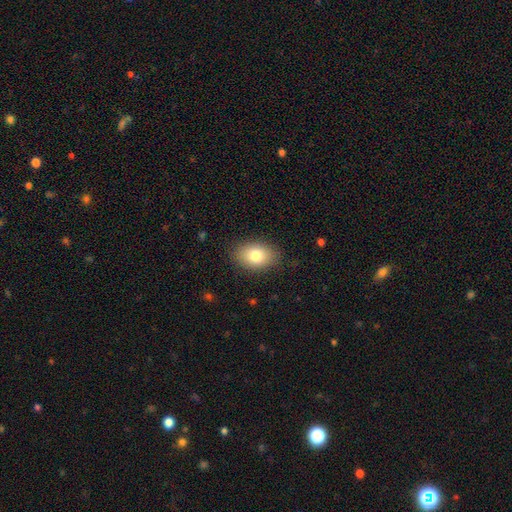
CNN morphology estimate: A smooth galaxy with no disk features (81%) that is in between round and cigar-shaped (84%).

Vote fractions:
- Smooth or featured? smooth: 81% / featured or disk: 11% / star or artifact: 8%
- How rounded? in between: 84% / round: 15% / cigar-shaped: 1%
- Merging? none: 86% / minor disturbance: 10% / major disturbance: 3% / merger: 1%